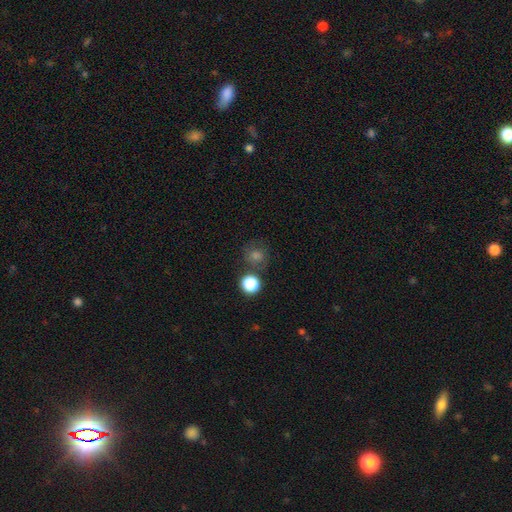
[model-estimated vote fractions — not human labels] Smooth or featured?
  - smooth: 66% *
  - star or artifact: 23%
  - featured or disk: 12%
How rounded?
  - round: 86% *
  - in between: 13%
  - cigar-shaped: 1%
Merging?
  - none: 72% *
  - minor disturbance: 12%
  - merger: 11%
  - major disturbance: 5%